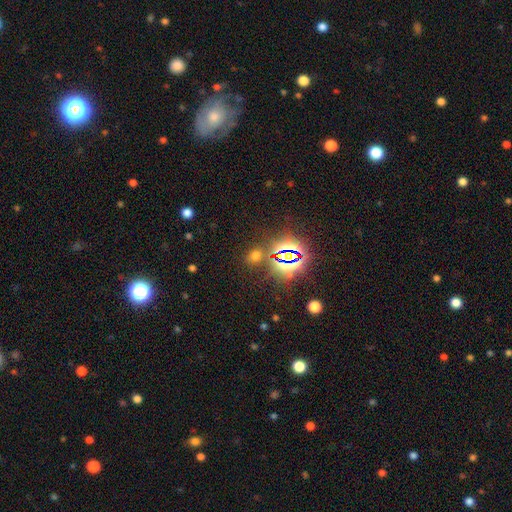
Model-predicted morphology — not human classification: This appears to be a star or artifact, not a galaxy (48%).